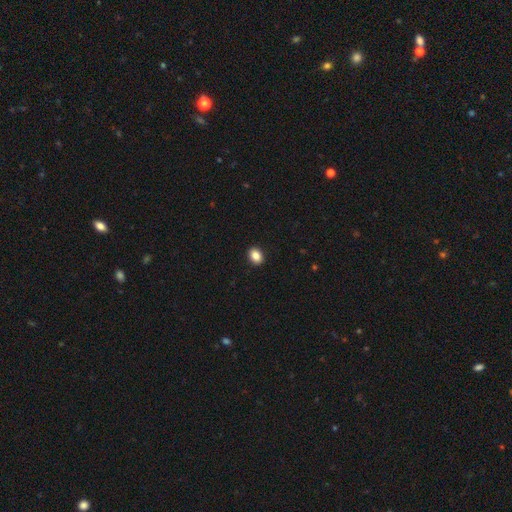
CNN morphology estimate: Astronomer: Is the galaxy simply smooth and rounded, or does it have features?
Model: smooth — 87%.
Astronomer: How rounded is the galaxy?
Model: in between — 61% (runner-up: round, 38%).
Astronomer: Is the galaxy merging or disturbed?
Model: none — 92%.